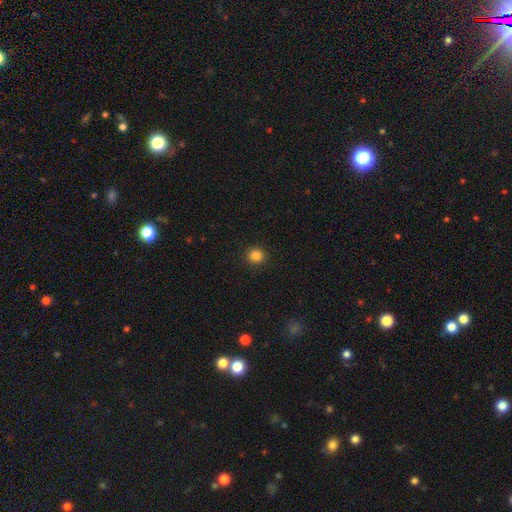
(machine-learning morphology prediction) A smooth galaxy with no disk features (84%) that is round (90%).

Vote fractions:
- Smooth or featured? smooth: 84% / star or artifact: 12% / featured or disk: 4%
- How rounded? round: 90% / in between: 9% / cigar-shaped: 1%
- Merging? none: 92% / minor disturbance: 5% / major disturbance: 2% / merger: 1%